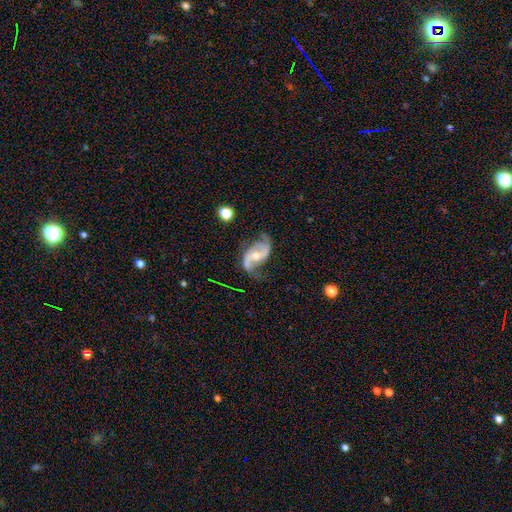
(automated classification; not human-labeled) Smooth or featured?
  - featured or disk: 87% *
  - smooth: 8%
  - star or artifact: 6%
Edge-on disk?
  - no: 97% *
  - yes: 3%
Bar?
  - weak: 40% *
  - no: 36%
  - strong: 24%
Spiral arms?
  - yes: 95% *
  - no: 5%
Spiral winding?
  - loose: 70% *
  - medium: 24%
  - tight: 6%
Spiral arm count?
  - 2: 91% *
  - 1: 3%
  - can't tell: 3%
  - 3: 1%
  - 4: 1%
  - more than 4: 1%
Bulge size?
  - moderate: 56% *
  - small: 39%
  - large: 3%
  - none: 2%
  - dominant: 1%
Merging?
  - none: 64% *
  - minor disturbance: 21%
  - major disturbance: 12%
  - merger: 3%